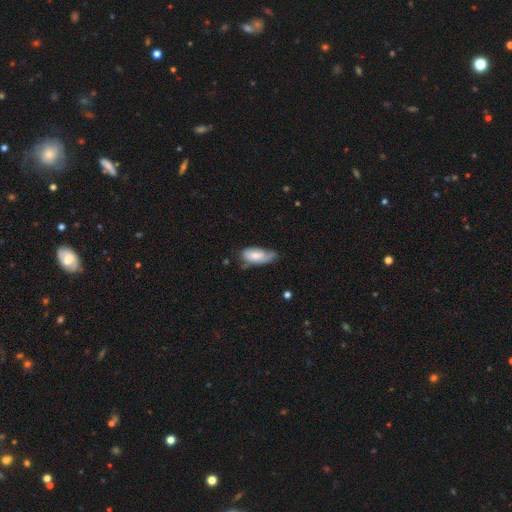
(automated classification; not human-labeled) Smooth or featured? Predicted: smooth (p=0.63). How rounded? Predicted: in between (p=0.88). Merging? Predicted: minor disturbance (p=0.41).